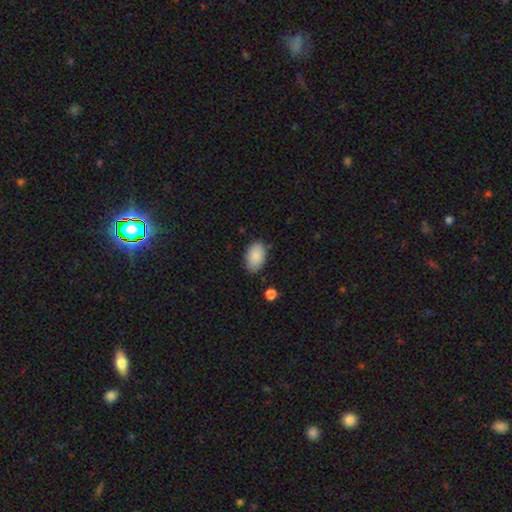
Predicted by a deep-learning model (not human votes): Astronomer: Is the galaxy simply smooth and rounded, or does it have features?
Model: smooth — 89%.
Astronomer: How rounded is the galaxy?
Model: in between — 93%.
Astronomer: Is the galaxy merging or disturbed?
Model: none — 82%.